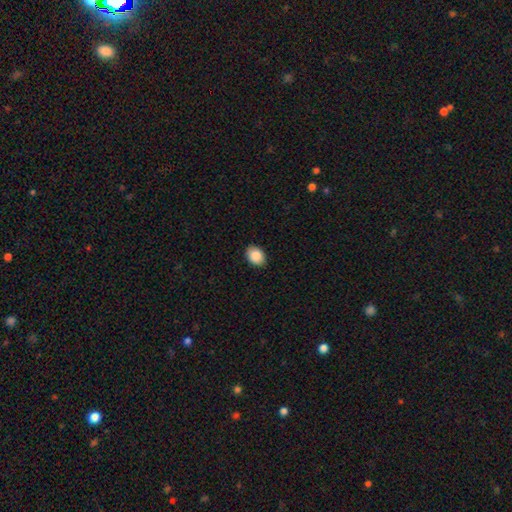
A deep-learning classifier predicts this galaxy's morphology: smooth_or_featured: smooth (p=0.89) [alt: star or artifact p=0.07]
how_rounded: in between (p=0.70) [alt: round p=0.29]
merging: none (p=0.88) [alt: minor disturbance p=0.09]